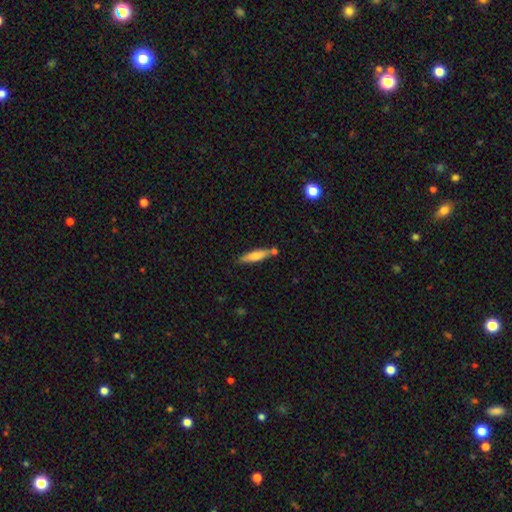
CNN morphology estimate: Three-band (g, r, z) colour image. It shows a smooth galaxy with no disk features (69%) that is cigar-shaped (79%). Merging: none (71%).